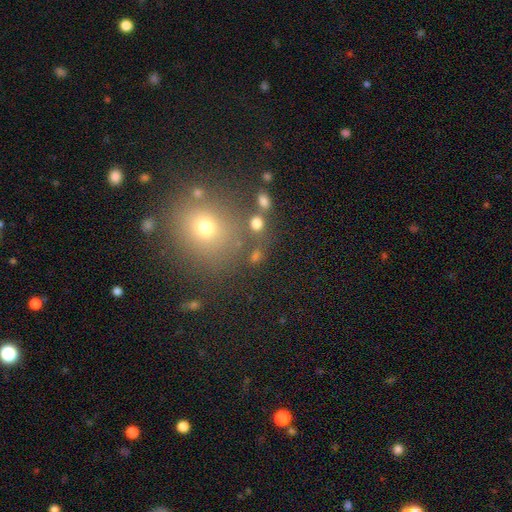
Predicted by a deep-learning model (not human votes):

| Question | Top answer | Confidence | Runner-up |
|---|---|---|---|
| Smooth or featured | smooth | 60% | star or artifact (28%) |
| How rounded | round | 82% | in between (16%) |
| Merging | none | 77% | minor disturbance (10%) |